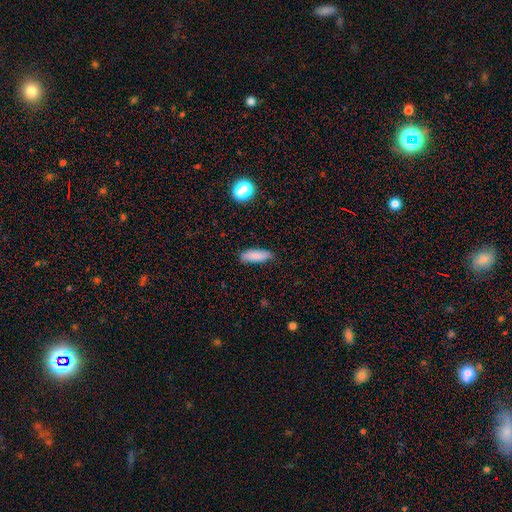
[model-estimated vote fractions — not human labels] Smooth or featured? Predicted: smooth (p=0.86). How rounded? Predicted: in between (p=0.55). Merging? Predicted: none (p=0.83).